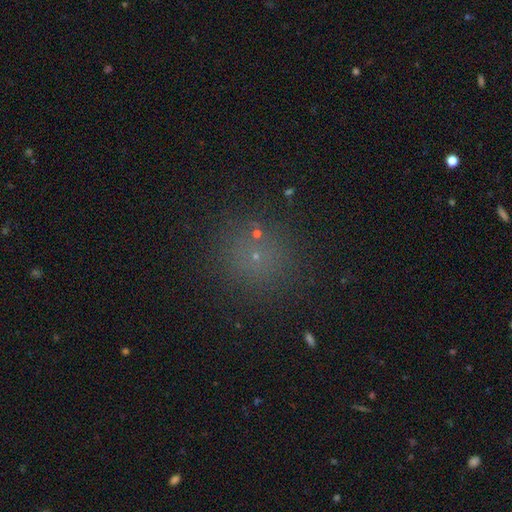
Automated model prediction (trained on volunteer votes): A smooth galaxy with no disk features (58%) that is round (92%).

Vote fractions:
- Smooth or featured? smooth: 58% / star or artifact: 34% / featured or disk: 8%
- How rounded? round: 92% / in between: 7% / cigar-shaped: 1%
- Merging? none: 84% / minor disturbance: 8% / merger: 4% / major disturbance: 4%